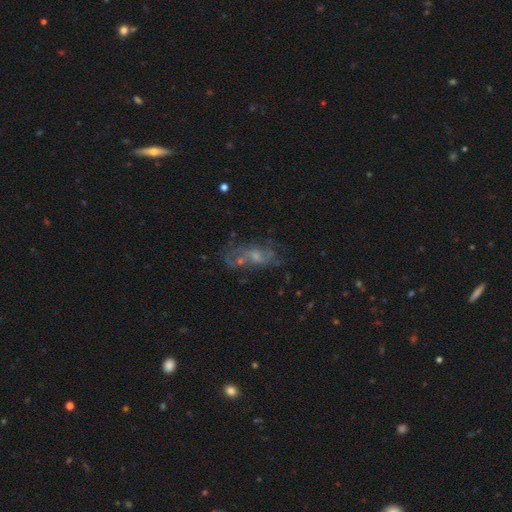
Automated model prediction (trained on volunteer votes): Overall: featured or disk (56%; smooth 27%). Edge-on disk: no (91%). Bar: no (75%). Spiral arms: no (59%; yes 41%). Bulge size: small (42%; moderate 34%). Merging: none (45%; major disturbance 21%).